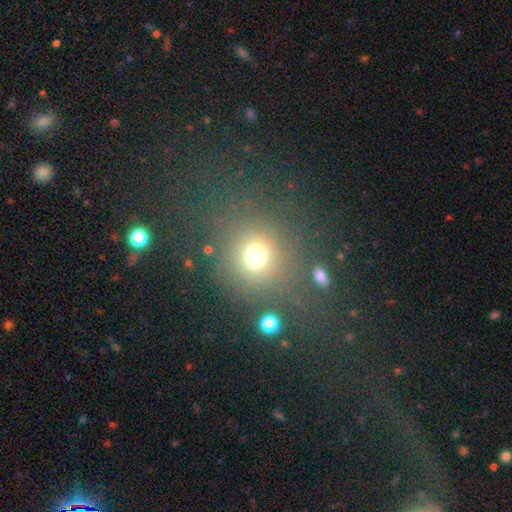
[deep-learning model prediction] Morphology: type=smooth (70%); roundness=round (87%); merging=none (74%).